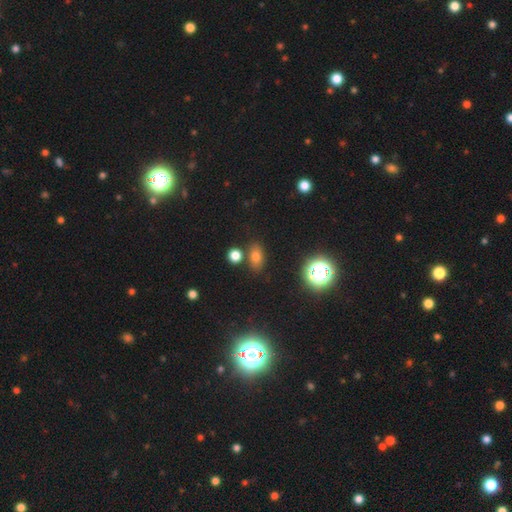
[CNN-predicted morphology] Smooth or featured: smooth — 71% (star or artifact — 20%)
How rounded: in between — 77% (round — 20%)
Merging: none — 81% (minor disturbance — 10%)